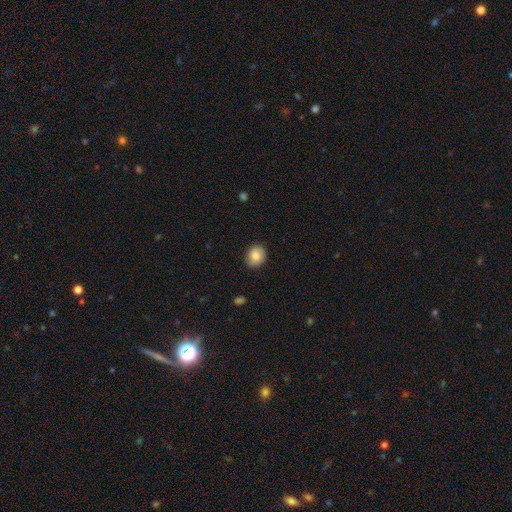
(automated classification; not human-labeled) Smooth or featured?
  - smooth: 83% *
  - featured or disk: 9%
  - star or artifact: 8%
How rounded?
  - round: 71% *
  - in between: 29%
  - cigar-shaped: 1%
Merging?
  - none: 84% *
  - minor disturbance: 12%
  - major disturbance: 2%
  - merger: 1%